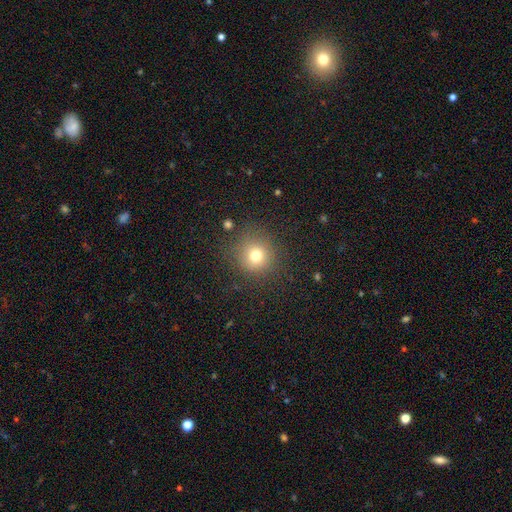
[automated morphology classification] Overall: smooth (75%). How rounded: round (92%). Merging: none (85%).